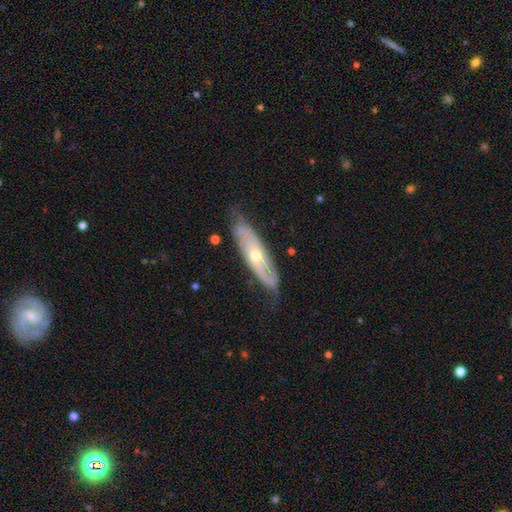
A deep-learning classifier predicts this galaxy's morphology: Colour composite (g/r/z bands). It shows a featured or disk galaxy (70%). Merging: none (69%).